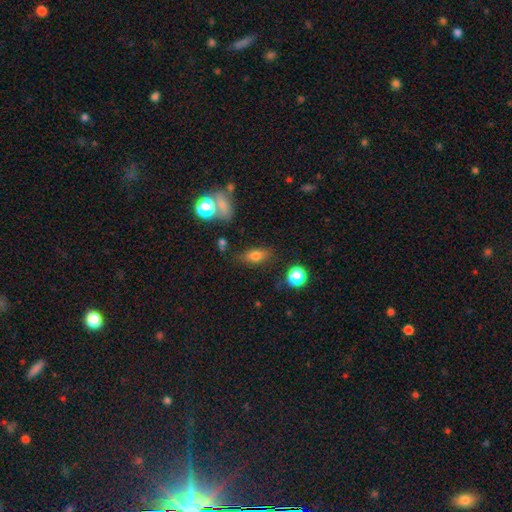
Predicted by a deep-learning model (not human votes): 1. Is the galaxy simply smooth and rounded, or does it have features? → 74% smooth, 14% featured or disk, 12% star or artifact.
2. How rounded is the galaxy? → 77% in between, 12% round, 11% cigar-shaped.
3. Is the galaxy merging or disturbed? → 77% none, 14% minor disturbance, 5% merger, 5% major disturbance.